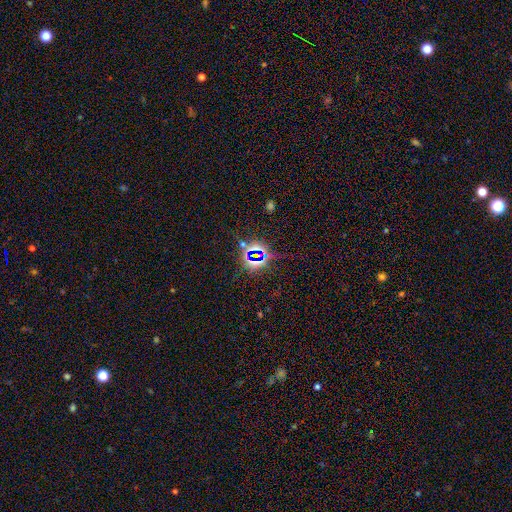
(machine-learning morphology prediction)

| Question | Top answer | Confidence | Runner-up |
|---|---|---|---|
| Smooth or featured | star or artifact | 80% | smooth (10%) |